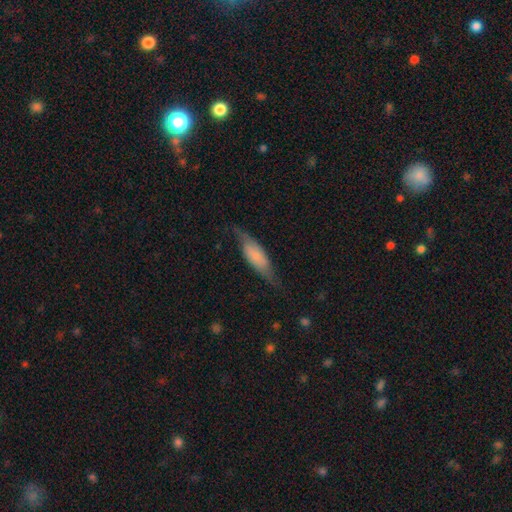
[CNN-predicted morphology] smooth_or_featured: smooth (p=0.50) [alt: featured or disk p=0.43]
how_rounded: in between (p=0.54) [alt: cigar-shaped p=0.43]
merging: none (p=0.65) [alt: minor disturbance p=0.25]